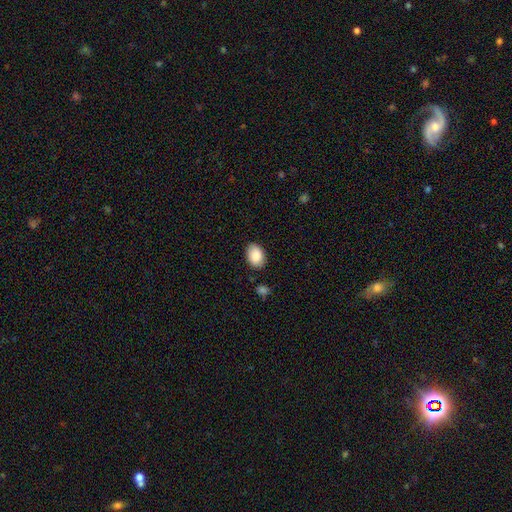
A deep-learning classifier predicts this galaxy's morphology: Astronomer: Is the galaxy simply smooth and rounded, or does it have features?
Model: smooth — 88%.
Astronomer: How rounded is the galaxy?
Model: in between — 82%.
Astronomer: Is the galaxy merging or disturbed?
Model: none — 83%.